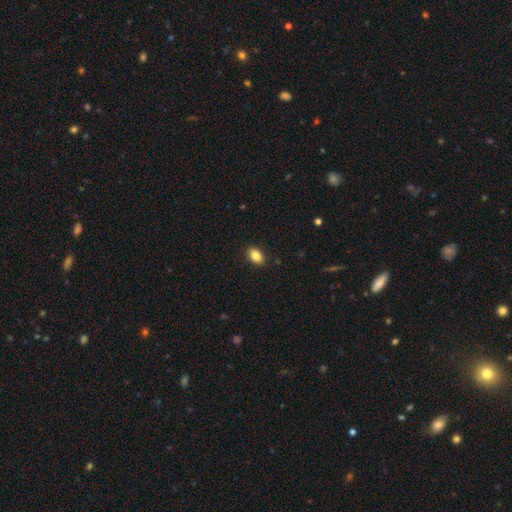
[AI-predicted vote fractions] Smooth or featured: smooth — 86% (star or artifact — 8%)
How rounded: in between — 88% (round — 10%)
Merging: none — 89% (minor disturbance — 8%)